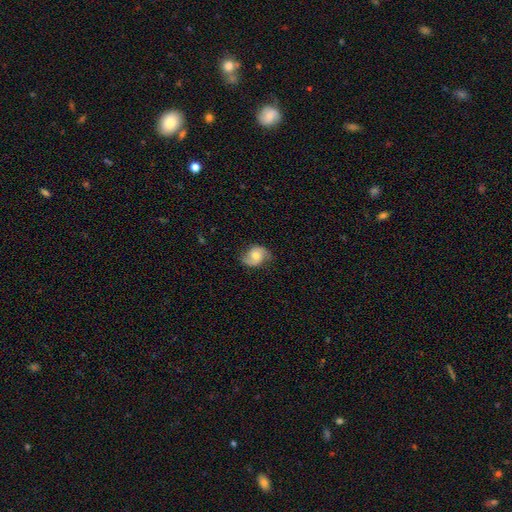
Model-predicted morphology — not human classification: Smooth or featured: featured or disk — 74% (smooth — 19%)
Edge-on disk: no — 98% (yes — 2%)
Bar: no — 66% (weak — 29%)
Spiral arms: yes — 95% (no — 5%)
Spiral winding: medium — 48% (loose — 31%)
Spiral arm count: 2 — 90% (can't tell — 4%)
Bulge size: moderate — 59% (small — 32%)
Merging: none — 77% (minor disturbance — 17%)